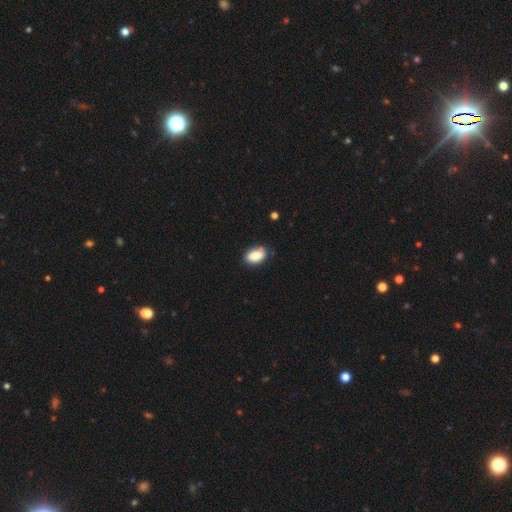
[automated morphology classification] smooth-or-featured: smooth: 86% | star or artifact: 7% | featured or disk: 6%
  how-rounded: in between: 91% | round: 8% | cigar-shaped: 2%
  merging: none: 75% | minor disturbance: 20% | major disturbance: 3% | merger: 2%